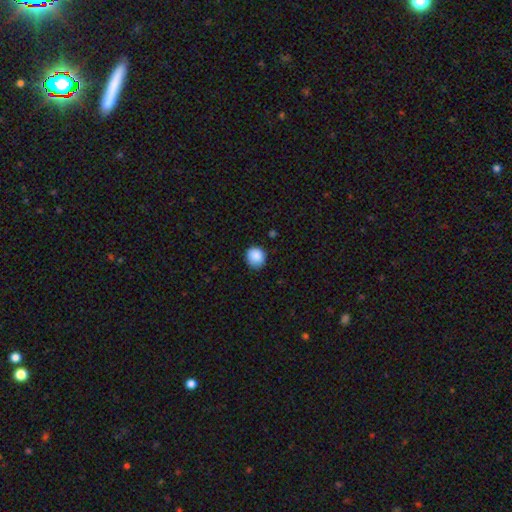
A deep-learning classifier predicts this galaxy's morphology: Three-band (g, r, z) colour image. It shows a smooth galaxy with no disk features (88%) that is round (86%). Merging: none (82%).